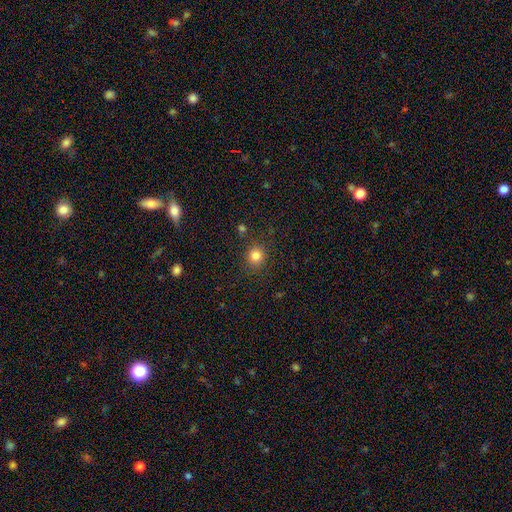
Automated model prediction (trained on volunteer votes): Smooth or featured: smooth — 82% (star or artifact — 13%)
How rounded: round — 88% (in between — 11%)
Merging: none — 87% (minor disturbance — 8%)